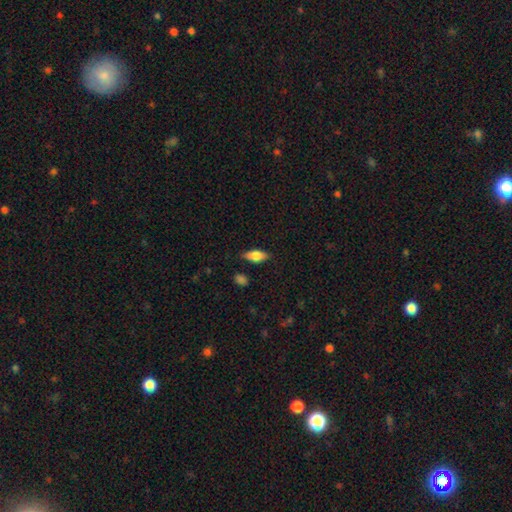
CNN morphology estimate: This is likely a smooth galaxy (67%). How rounded: likely in between (79%). Merging: clearly none (83%).